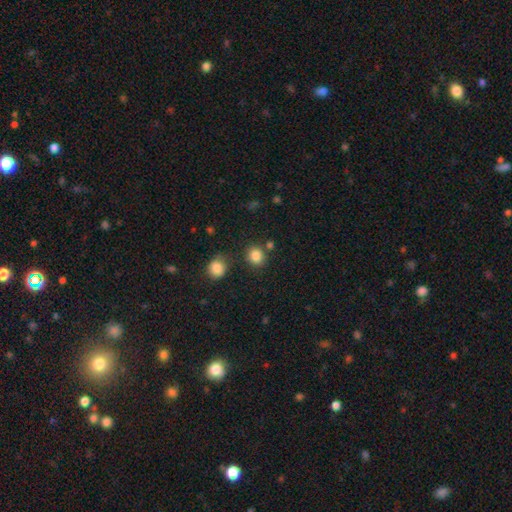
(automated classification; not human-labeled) smooth-or-featured: smooth: 84% | star or artifact: 11% | featured or disk: 5%
  how-rounded: round: 75% | in between: 24% | cigar-shaped: 1%
  merging: none: 77% | minor disturbance: 11% | merger: 9% | major disturbance: 4%